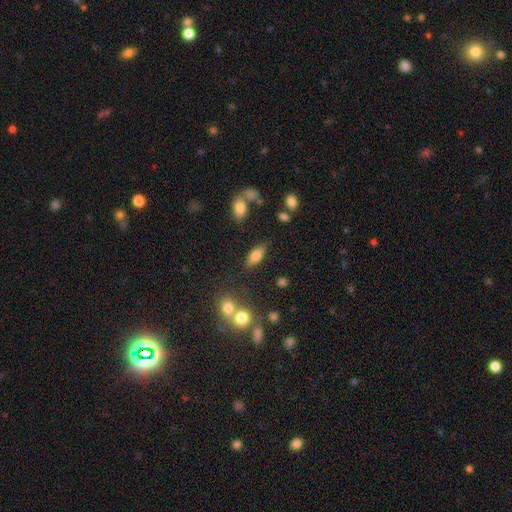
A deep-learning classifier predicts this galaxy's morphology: Smooth or featured?
  - smooth: 78% *
  - featured or disk: 14%
  - star or artifact: 9%
How rounded?
  - in between: 82% *
  - cigar-shaped: 14%
  - round: 4%
Merging?
  - none: 77% *
  - minor disturbance: 13%
  - merger: 6%
  - major disturbance: 4%